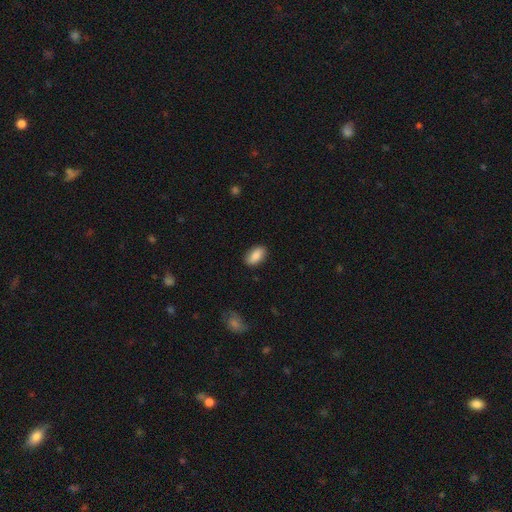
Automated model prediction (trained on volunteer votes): Smooth or featured? smooth (86%)
How rounded? in between (92%)
Merging? none (87%)